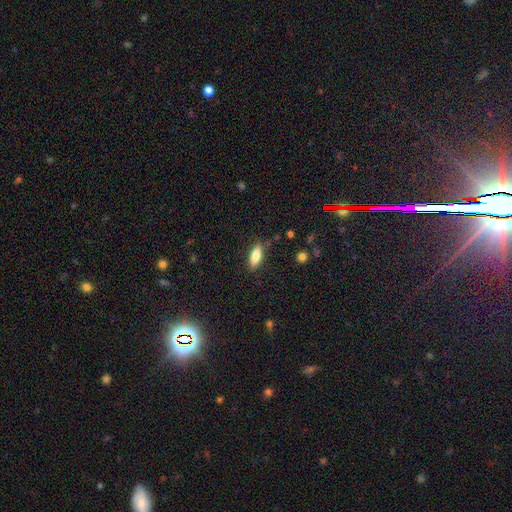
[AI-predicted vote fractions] smooth-or-featured: smooth: 77% | featured or disk: 15% | star or artifact: 7%
  how-rounded: in between: 67% | cigar-shaped: 31% | round: 2%
  merging: none: 83% | minor disturbance: 12% | major disturbance: 3% | merger: 2%